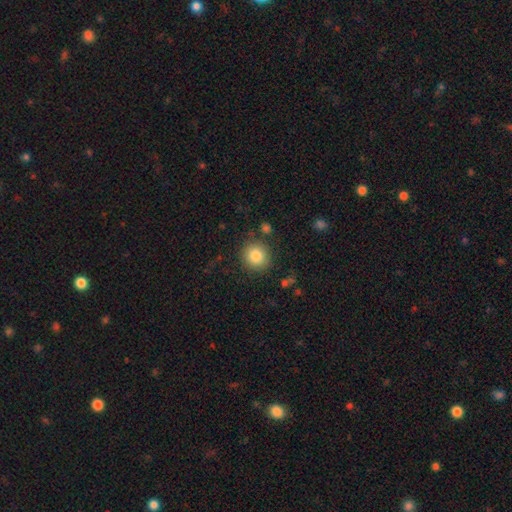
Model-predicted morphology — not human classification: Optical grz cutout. It shows a smooth galaxy with no disk features (84%) that is round (89%). Merging: none (86%).